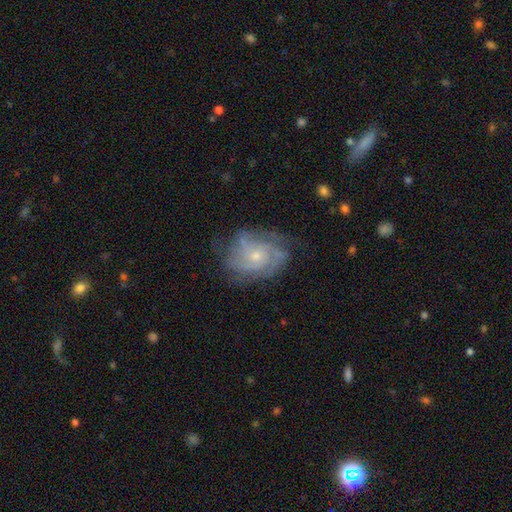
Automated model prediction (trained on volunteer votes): Smooth or featured: featured or disk — 81% (smooth — 12%)
Edge-on disk: no — 97% (yes — 3%)
Bar: no — 76% (weak — 21%)
Spiral arms: yes — 94% (no — 6%)
Spiral winding: tight — 53% (medium — 38%)
Spiral arm count: can't tell — 29% (3 — 26%)
Bulge size: small — 67% (moderate — 29%)
Merging: none — 68% (minor disturbance — 21%)